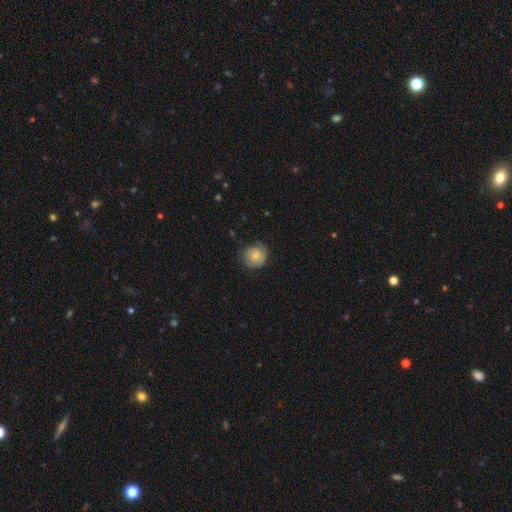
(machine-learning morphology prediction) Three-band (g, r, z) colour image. It shows a smooth galaxy with no disk features (51%) that is round (82%). Merging: none (73%).